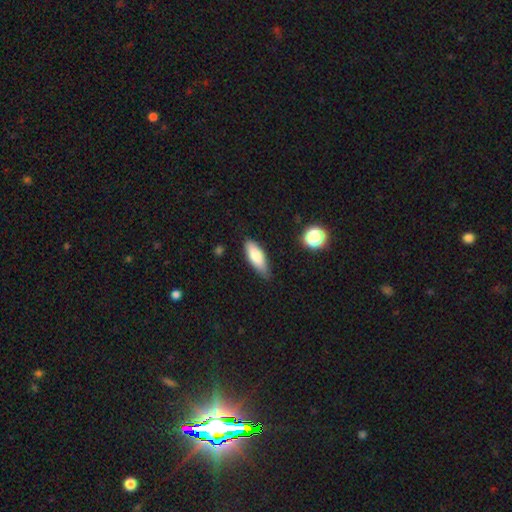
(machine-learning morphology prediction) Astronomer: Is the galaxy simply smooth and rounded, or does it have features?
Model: smooth — 81%.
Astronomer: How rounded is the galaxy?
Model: in between — 71%.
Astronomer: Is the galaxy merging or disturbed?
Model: none — 73%.